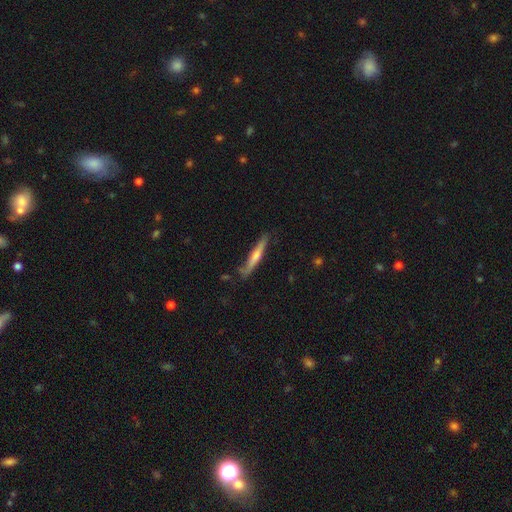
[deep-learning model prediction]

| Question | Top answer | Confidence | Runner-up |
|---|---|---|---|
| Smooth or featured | featured or disk | 49% | smooth (45%) |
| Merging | none | 74% | minor disturbance (19%) |